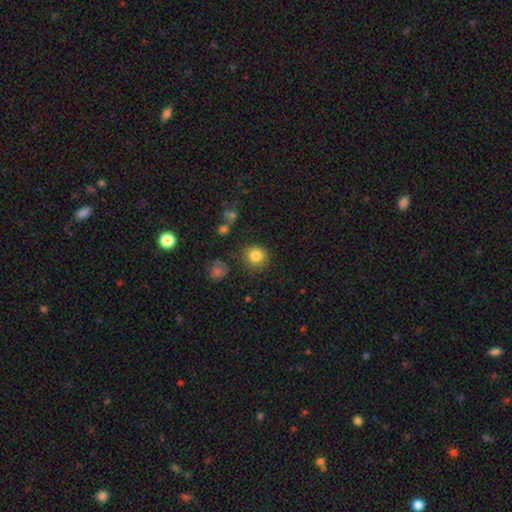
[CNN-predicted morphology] This is clearly a smooth galaxy (83%). How rounded: clearly round (92%). Merging: clearly none (86%).